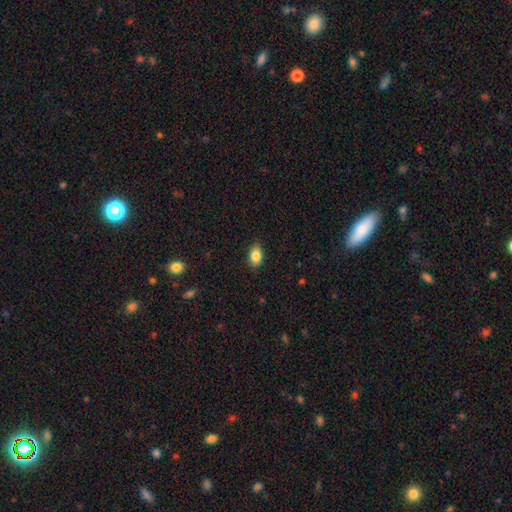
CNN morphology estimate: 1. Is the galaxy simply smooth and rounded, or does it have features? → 83% smooth, 9% featured or disk, 8% star or artifact.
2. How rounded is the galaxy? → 86% in between, 11% round, 3% cigar-shaped.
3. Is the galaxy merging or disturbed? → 84% none, 13% minor disturbance, 2% major disturbance, 1% merger.